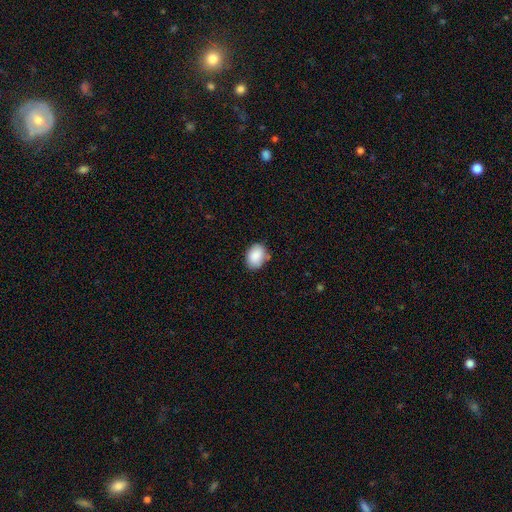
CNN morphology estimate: A smooth galaxy with no disk features (89%) that is in between round and cigar-shaped (74%).

Vote fractions:
- Smooth or featured? smooth: 89% / star or artifact: 7% / featured or disk: 4%
- How rounded? in between: 74% / round: 25% / cigar-shaped: 1%
- Merging? none: 78% / minor disturbance: 17% / major disturbance: 3% / merger: 3%